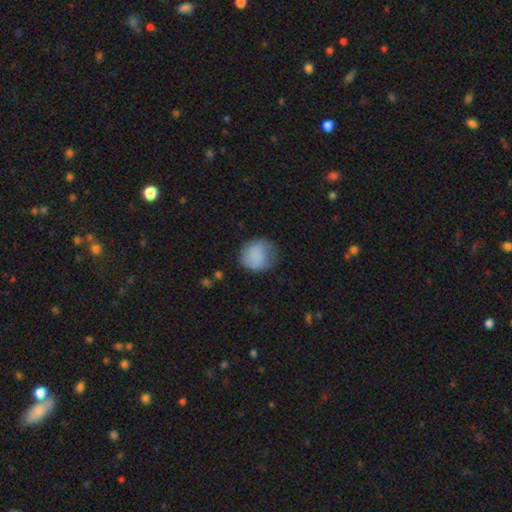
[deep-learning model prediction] Morphology: type=smooth (81%); roundness=round (76%); merging=none (53%).